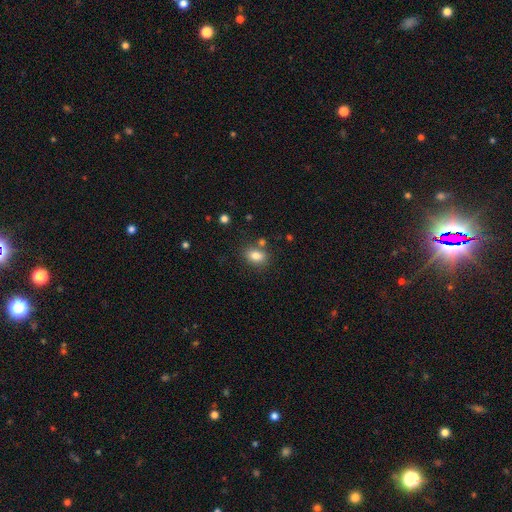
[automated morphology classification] This is clearly a smooth galaxy (83%). How rounded: likely in between (75%). Merging: likely none (72%).